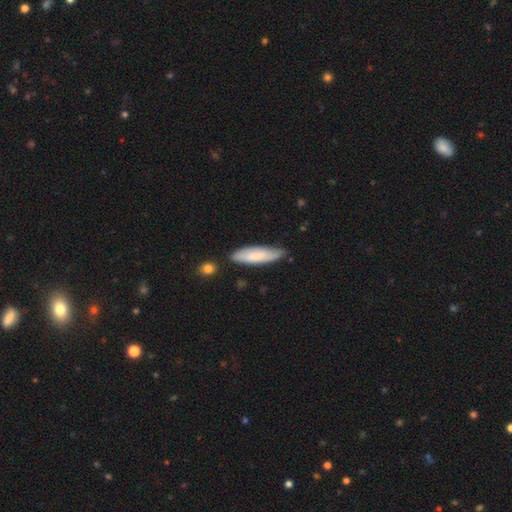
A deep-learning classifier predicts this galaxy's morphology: Smooth or featured: smooth — 74% (featured or disk — 21%)
How rounded: cigar-shaped — 63% (in between — 36%)
Merging: none — 74% (minor disturbance — 20%)